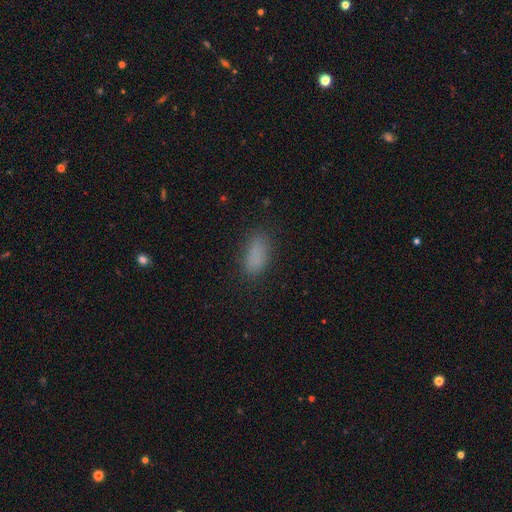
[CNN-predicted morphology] Smooth or featured? Predicted: smooth (p=0.83). How rounded? Predicted: in between (p=0.87). Merging? Predicted: none (p=0.79).